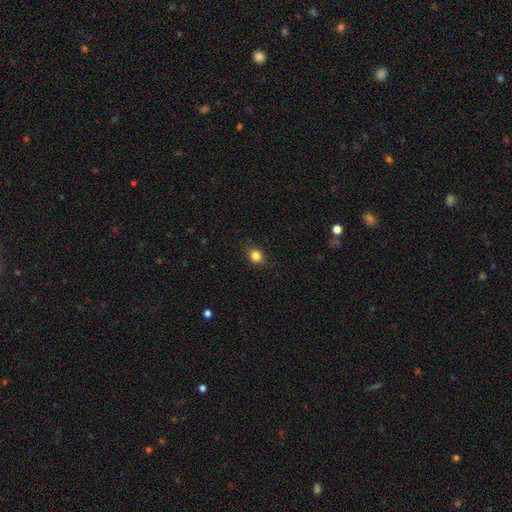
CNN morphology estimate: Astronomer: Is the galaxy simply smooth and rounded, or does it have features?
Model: smooth — 84%.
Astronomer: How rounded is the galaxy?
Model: round — 64%.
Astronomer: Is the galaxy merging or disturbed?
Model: none — 84%.